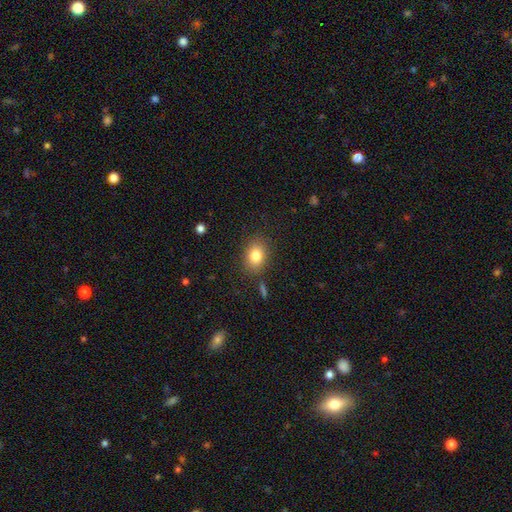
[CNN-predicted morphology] This appears to be a smooth galaxy with no disk features (81%) that is in between round and cigar-shaped (63%). Merging: none (83%).